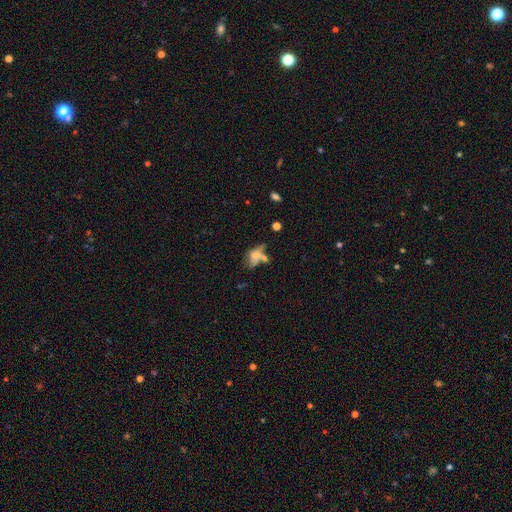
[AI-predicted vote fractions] Smooth or featured: smooth — 56% (featured or disk — 31%)
How rounded: in between — 76% (round — 16%)
Merging: merger — 33% (none — 30%)